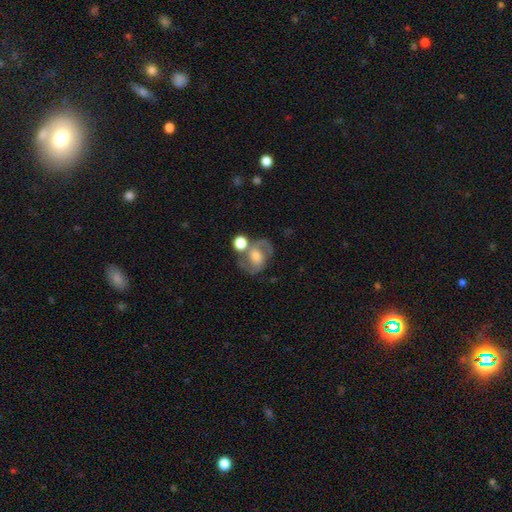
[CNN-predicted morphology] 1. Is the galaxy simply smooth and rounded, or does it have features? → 69% featured or disk, 23% smooth, 9% star or artifact.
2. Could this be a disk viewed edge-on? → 97% no, 3% yes.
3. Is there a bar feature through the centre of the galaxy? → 56% no, 33% weak, 11% strong.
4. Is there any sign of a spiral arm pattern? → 87% yes, 13% no.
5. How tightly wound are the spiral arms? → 54% medium, 24% loose, 22% tight.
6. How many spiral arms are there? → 86% 2, 6% can't tell, 4% 1, 2% 3, 1% 4, 1% more than 4.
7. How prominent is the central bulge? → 50% moderate, 33% small, 11% large, 4% none, 2% dominant.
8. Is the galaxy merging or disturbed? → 52% none, 23% merger, 15% minor disturbance, 10% major disturbance.